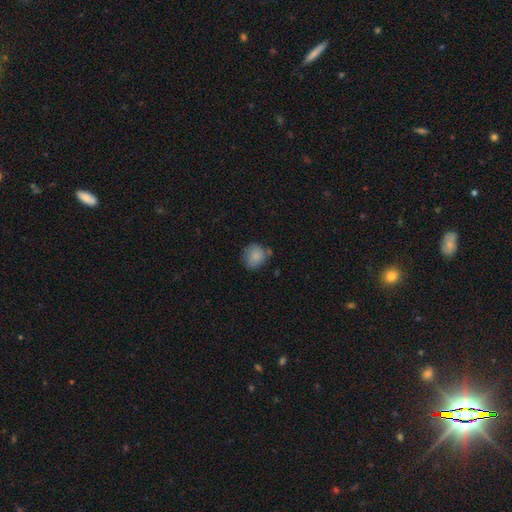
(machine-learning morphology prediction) The model was most divided on "merging": none: 65%, minor disturbance: 24%, merger: 6%, major disturbance: 5%. More confident: smooth or featured — smooth (86%); how rounded — round (79%).